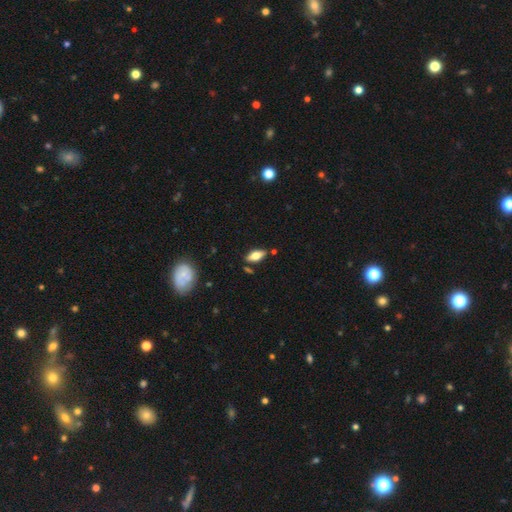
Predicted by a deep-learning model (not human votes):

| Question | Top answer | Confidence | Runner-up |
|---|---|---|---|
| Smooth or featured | smooth | 59% | featured or disk (33%) |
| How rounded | in between | 82% | cigar-shaped (15%) |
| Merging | none | 82% | minor disturbance (12%) |